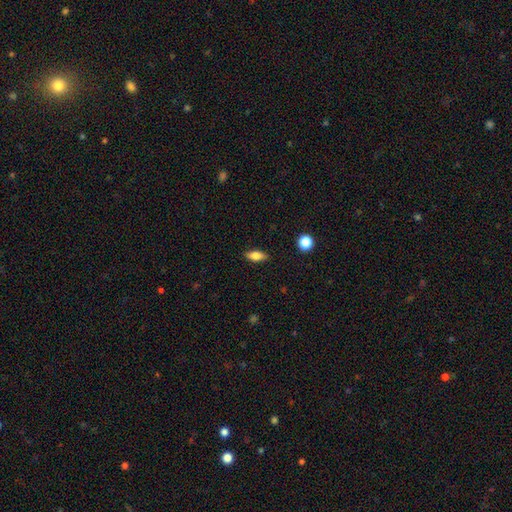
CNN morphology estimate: This appears to be a smooth galaxy with no disk features (77%) that is in between round and cigar-shaped (81%). Merging: none (88%).